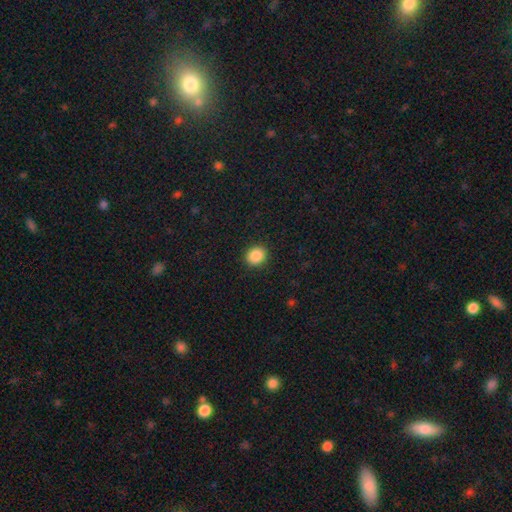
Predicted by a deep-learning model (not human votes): Smooth or featured? Predicted: smooth (p=0.88). How rounded? Predicted: round (p=0.72). Merging? Predicted: none (p=0.91).